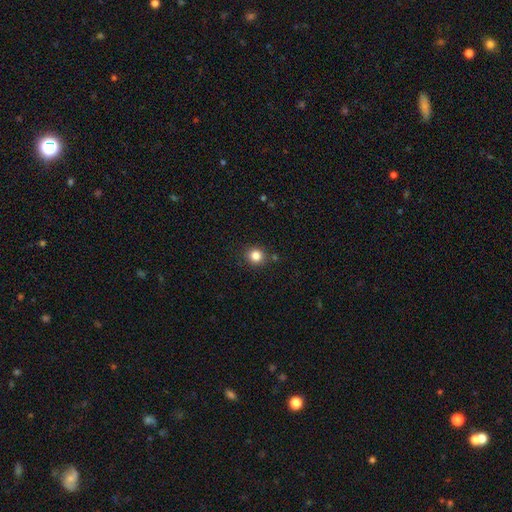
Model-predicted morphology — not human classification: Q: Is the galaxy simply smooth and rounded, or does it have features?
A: smooth — 84%.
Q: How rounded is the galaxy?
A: round — 89%.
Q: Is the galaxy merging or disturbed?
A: none — 87%.